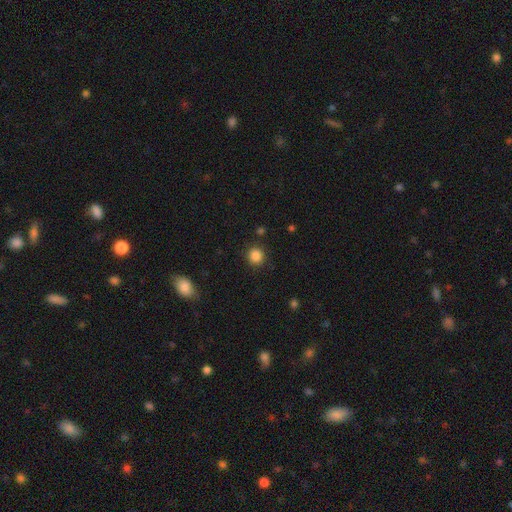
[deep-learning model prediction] This appears to be a smooth galaxy with no disk features (86%) that is round (91%). Merging: none (88%).